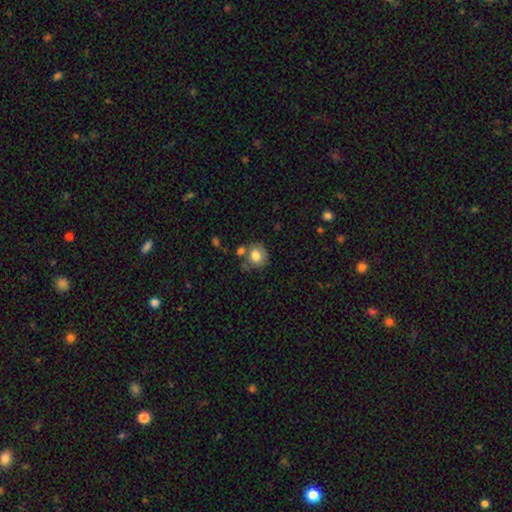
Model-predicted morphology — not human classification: This appears to be a smooth galaxy with no disk features (78%) that is round (76%). Merging: none (56%).